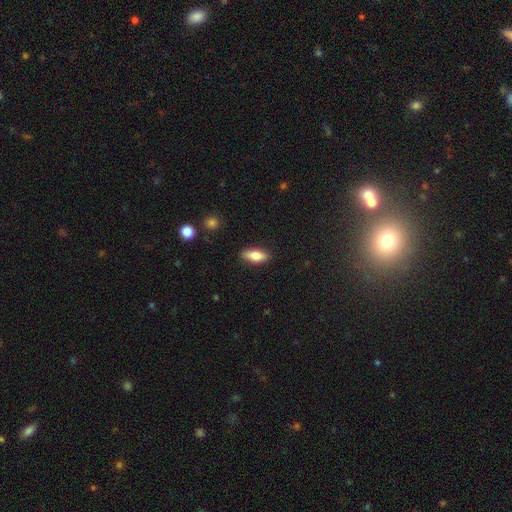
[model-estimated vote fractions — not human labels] A smooth galaxy with no disk features (76%) that is in between round and cigar-shaped (75%). Merging: none (87%).